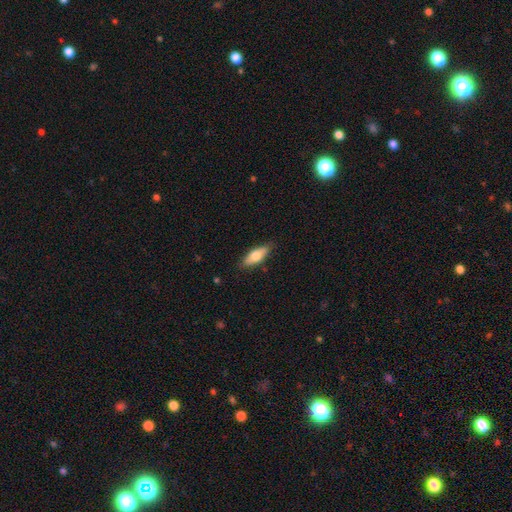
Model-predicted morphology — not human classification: This is likely a smooth galaxy (68%). How rounded: likely in between (70%). Merging: clearly none (84%).